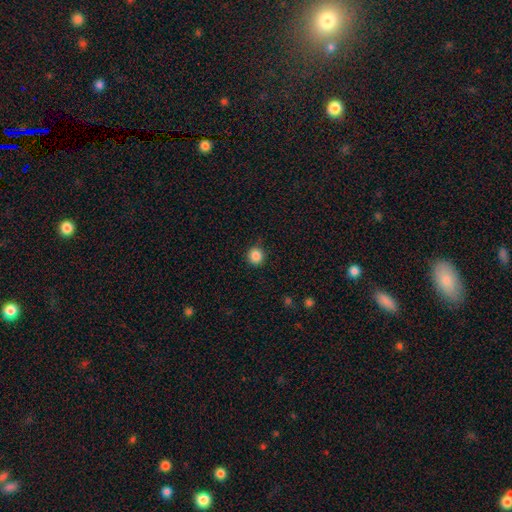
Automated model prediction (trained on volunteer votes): This is clearly a smooth galaxy (86%). How rounded: clearly round (93%). Merging: clearly none (88%).